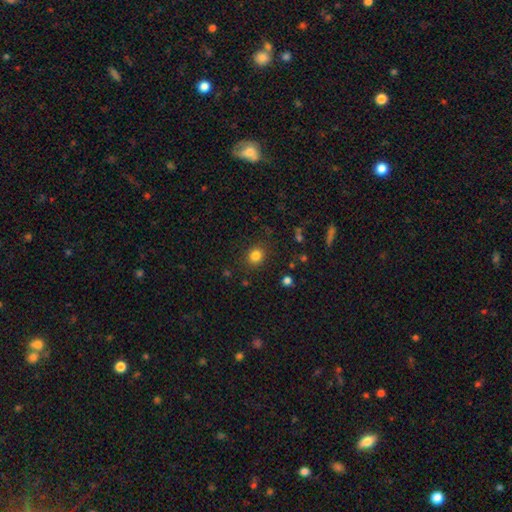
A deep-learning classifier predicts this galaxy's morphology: This appears to be a smooth galaxy with no disk features (82%) that is round (79%). Merging: none (86%).